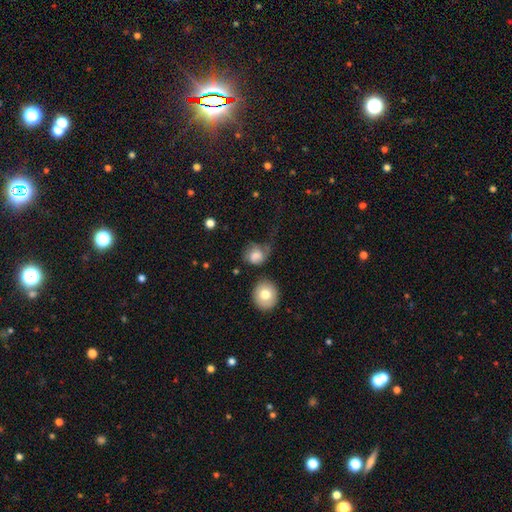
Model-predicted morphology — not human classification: Smooth or featured? smooth (67%)
How rounded? round (71%)
Merging? major disturbance (39%)